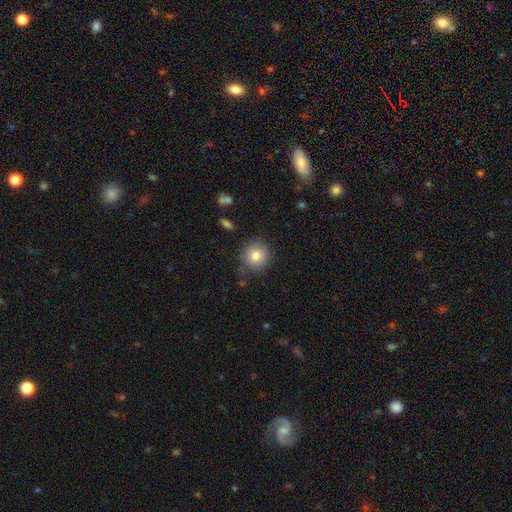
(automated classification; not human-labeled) A smooth galaxy with no disk features (80%) that is round (92%). Merging: none (82%).